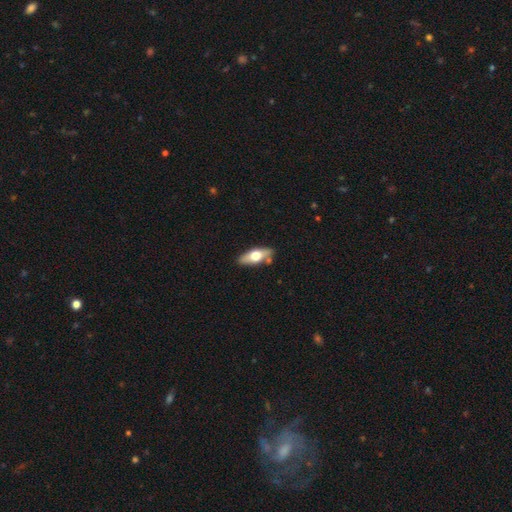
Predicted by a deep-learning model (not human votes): smooth 56%, featured or disk 38%, star or artifact 5%. Down the decision tree: how rounded — in between (72%); merging — none (81%).